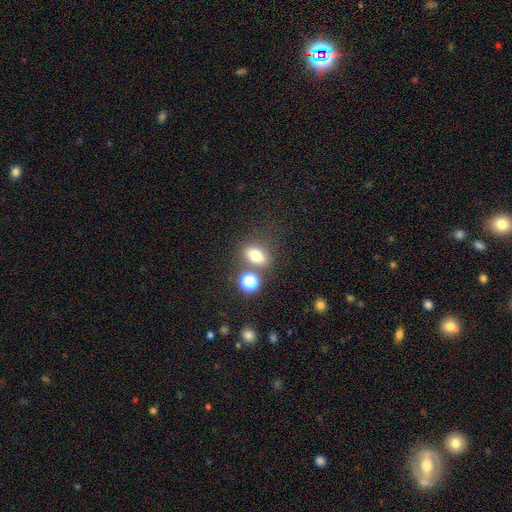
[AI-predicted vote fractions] Smooth or featured? Predicted: smooth (p=0.74). How rounded? Predicted: in between (p=0.61). Merging? Predicted: none (p=0.67).